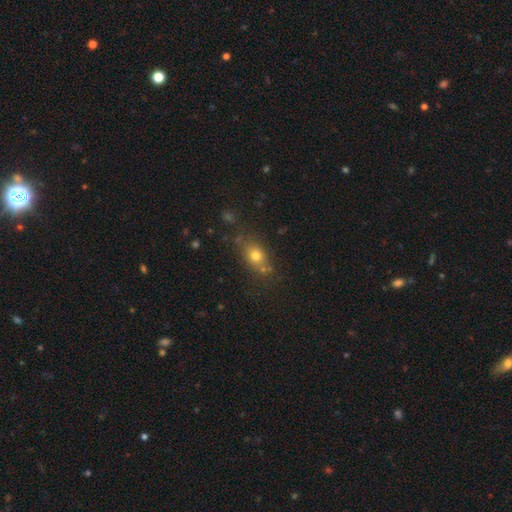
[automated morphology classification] smooth 71%, star or artifact 15%, featured or disk 14%. Down the decision tree: how rounded — in between (56%); merging — none (69%).